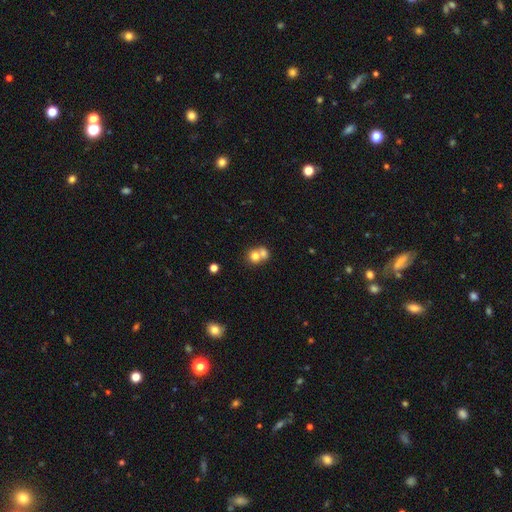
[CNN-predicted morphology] A smooth galaxy with no disk features (74%) that is round (72%).

Vote fractions:
- Smooth or featured? smooth: 74% / featured or disk: 16% / star or artifact: 10%
- How rounded? round: 72% / in between: 27% / cigar-shaped: 1%
- Merging? merger: 62% / none: 29% / minor disturbance: 6% / major disturbance: 3%